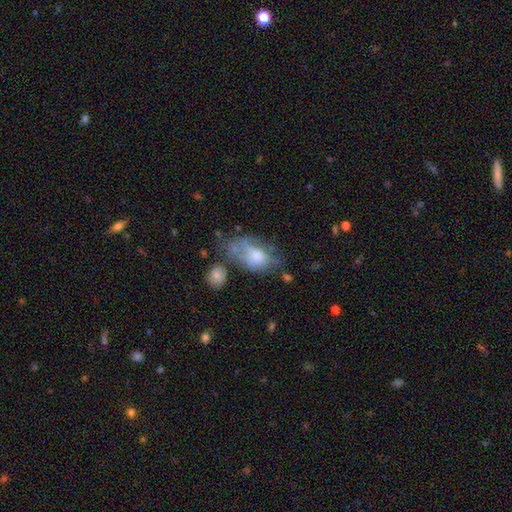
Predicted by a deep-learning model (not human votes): The model was most divided on "merging": none: 34%, minor disturbance: 29%, major disturbance: 25%, merger: 12%. More confident: how rounded — in between (88%); smooth or featured — smooth (51%).